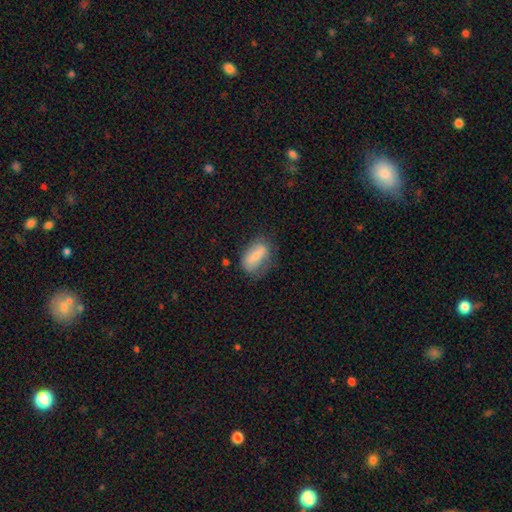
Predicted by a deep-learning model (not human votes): Q: Smooth or featured?
A: smooth (63%); runner-up: featured or disk (29%)
Q: How rounded?
A: in between (82%); runner-up: round (11%)
Q: Merging?
A: none (54%); runner-up: minor disturbance (29%)